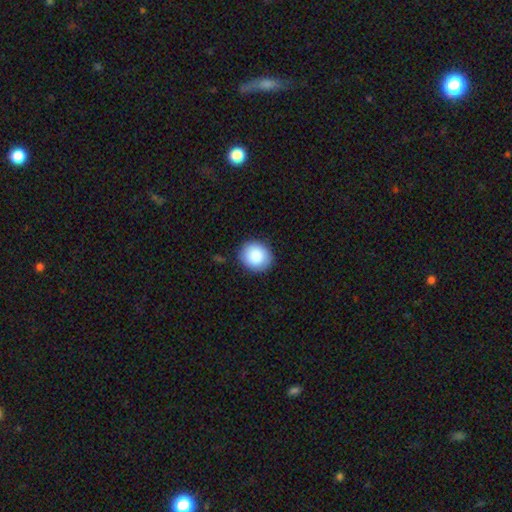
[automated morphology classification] A smooth galaxy with no disk features (89%) that is round (85%).

Vote fractions:
- Smooth or featured? smooth: 89% / star or artifact: 7% / featured or disk: 4%
- How rounded? round: 85% / in between: 14% / cigar-shaped: 1%
- Merging? none: 89% / minor disturbance: 8% / major disturbance: 2% / merger: 1%